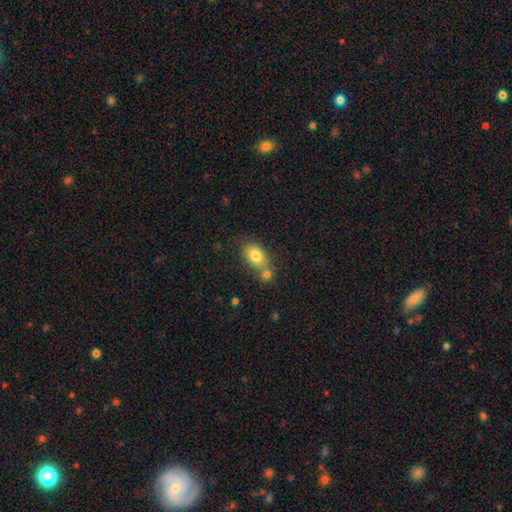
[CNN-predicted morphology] type=smooth (79%); roundness=in between (80%); merging=none (49%).